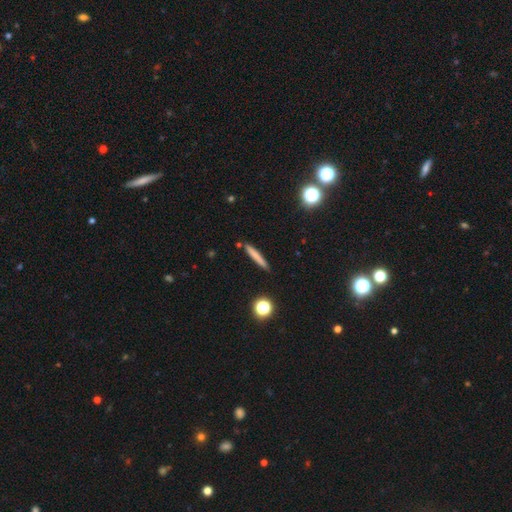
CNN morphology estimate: smooth-or-featured: smooth: 72% | featured or disk: 20% | star or artifact: 9%
  how-rounded: cigar-shaped: 95% | in between: 4% | round: 2%
  merging: none: 87% | minor disturbance: 9% | merger: 3% | major disturbance: 2%